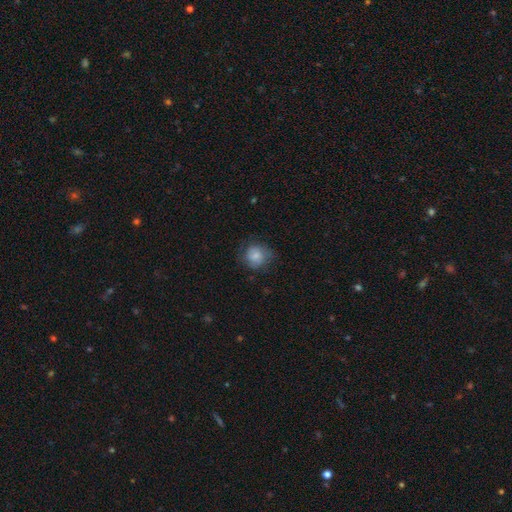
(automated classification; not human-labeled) Smooth or featured?
  - smooth: 74% *
  - featured or disk: 17%
  - star or artifact: 9%
How rounded?
  - round: 81% *
  - in between: 18%
  - cigar-shaped: 1%
Merging?
  - none: 65% *
  - minor disturbance: 24%
  - major disturbance: 10%
  - merger: 1%